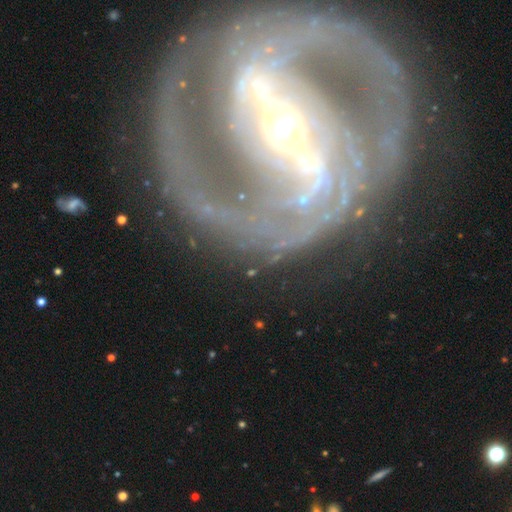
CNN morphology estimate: smooth-or-featured: featured or disk: 90% | star or artifact: 5% | smooth: 4%
  disk-edge-on: no: 93% | yes: 7%
    bar: strong: 80% | weak: 14% | no: 6%
    has-spiral-arms: yes: 91% | no: 9%
      spiral-winding: tight: 48% | medium: 39% | loose: 13%
      spiral-arm-count: 2: 71% | can't tell: 10% | 3: 7% | 4: 4% | 1: 4% | more than 4: 4%
    bulge-size: small: 46% | moderate: 45% | large: 6% | dominant: 1% | none: 1%
  merging: none: 77% | minor disturbance: 12% | major disturbance: 9% | merger: 2%